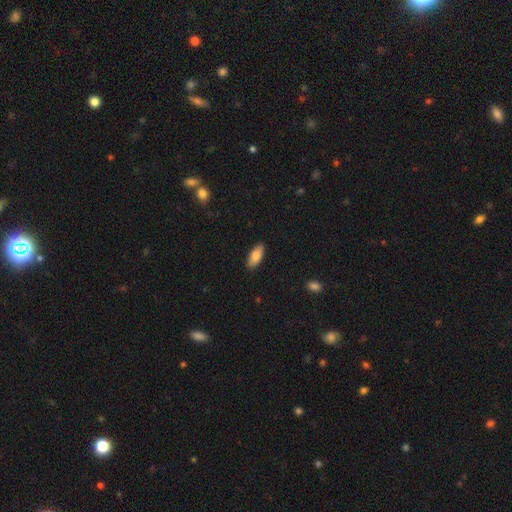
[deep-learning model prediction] A smooth galaxy with no disk features (81%) that is in between round and cigar-shaped (84%). Merging: none (88%).